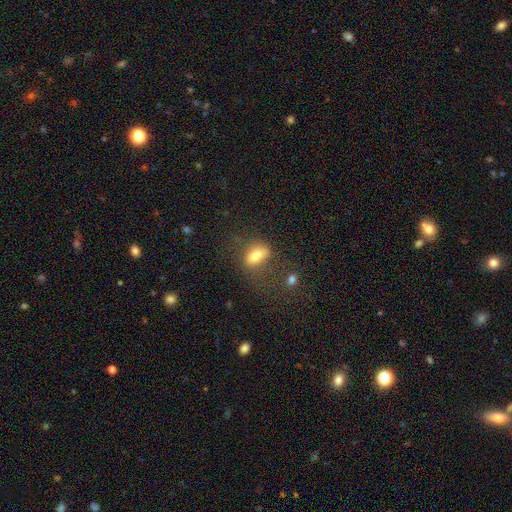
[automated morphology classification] Q: Smooth or featured?
A: smooth (71%); runner-up: featured or disk (18%)
Q: How rounded?
A: in between (78%); runner-up: round (13%)
Q: Merging?
A: none (53%); runner-up: minor disturbance (21%)